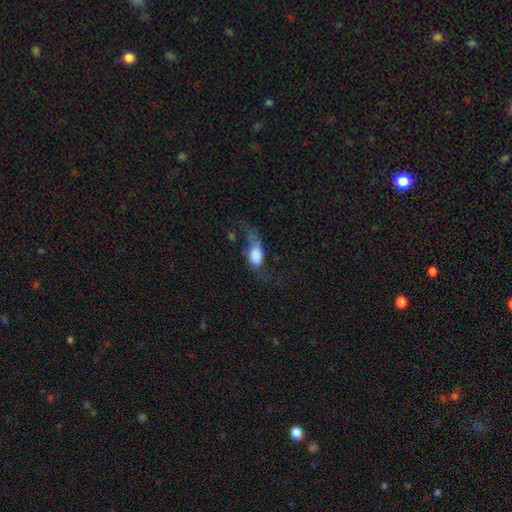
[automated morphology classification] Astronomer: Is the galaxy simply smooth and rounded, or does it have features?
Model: smooth — 62%.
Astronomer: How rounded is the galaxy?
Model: in between — 81%.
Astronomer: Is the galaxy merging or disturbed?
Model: major disturbance — 52%.